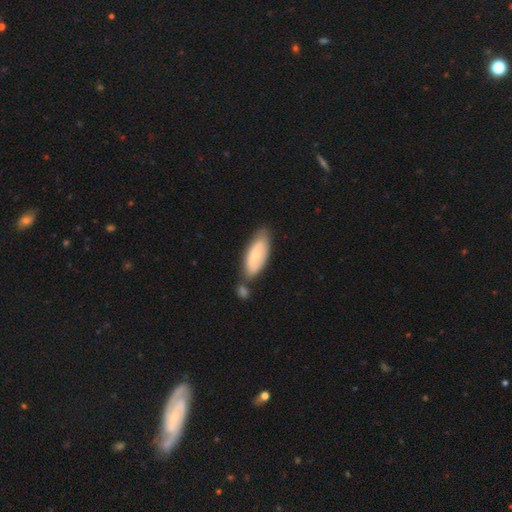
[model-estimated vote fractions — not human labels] This is likely a smooth galaxy (62%). How rounded: likely in between (77%). Merging: possibly none (53%).